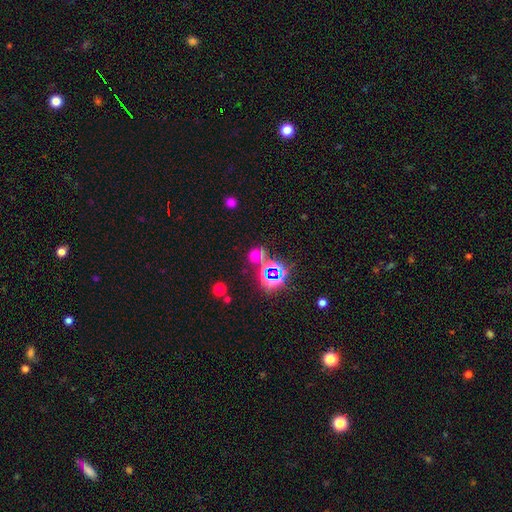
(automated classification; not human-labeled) Smooth or featured? Predicted: star or artifact (p=0.57).